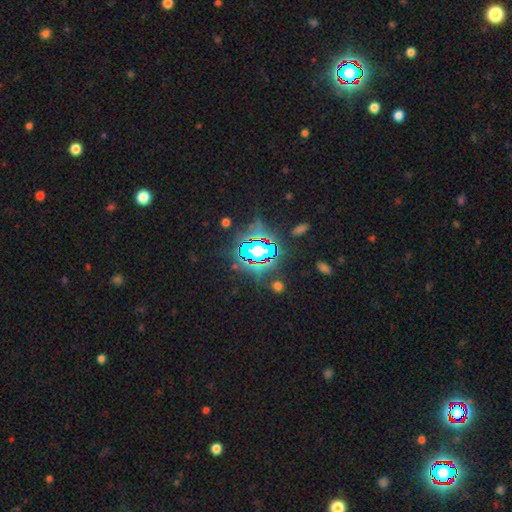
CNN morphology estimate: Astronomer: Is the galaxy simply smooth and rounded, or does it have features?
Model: star or artifact — 83%.